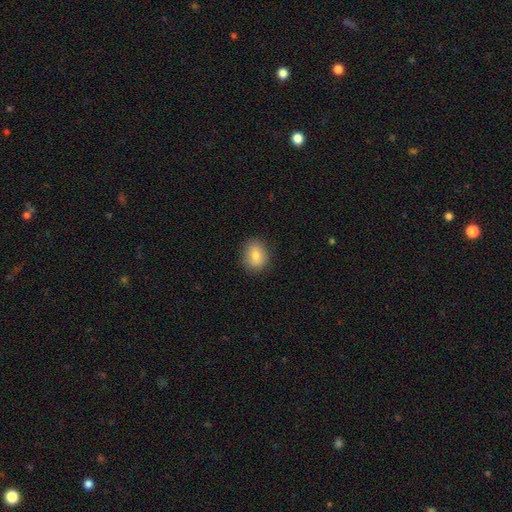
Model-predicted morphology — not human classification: smooth_or_featured: smooth (p=0.82) [alt: featured or disk p=0.10]
how_rounded: round (p=0.51) [alt: in between p=0.48]
merging: none (p=0.85) [alt: minor disturbance p=0.11]